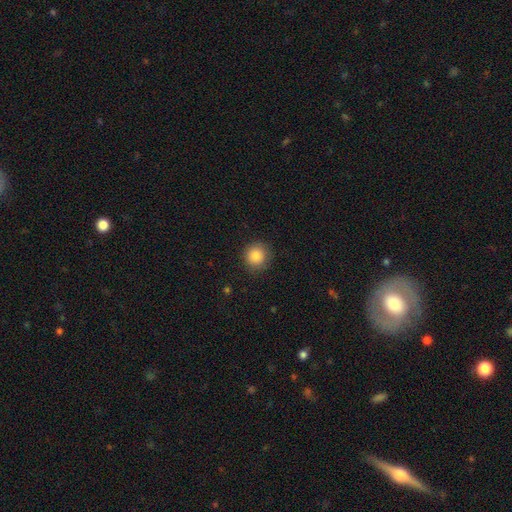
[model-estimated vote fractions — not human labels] Smooth or featured?
  - smooth: 85% *
  - star or artifact: 10%
  - featured or disk: 5%
How rounded?
  - round: 90% *
  - in between: 9%
  - cigar-shaped: 1%
Merging?
  - none: 88% *
  - minor disturbance: 9%
  - major disturbance: 3%
  - merger: 1%